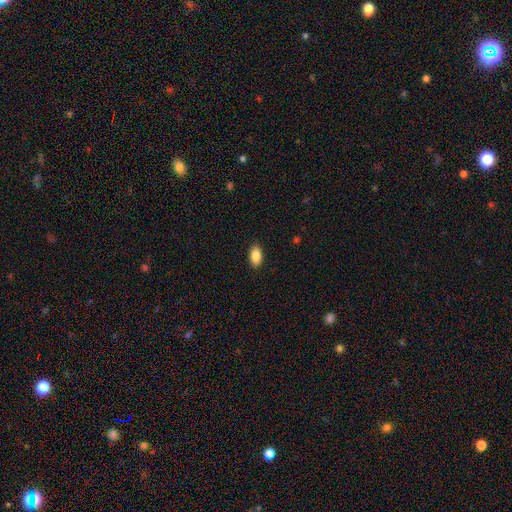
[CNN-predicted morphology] A smooth galaxy with no disk features (87%) that is in between round and cigar-shaped (92%).

Vote fractions:
- Smooth or featured? smooth: 87% / star or artifact: 7% / featured or disk: 5%
- How rounded? in between: 92% / round: 5% / cigar-shaped: 3%
- Merging? none: 89% / minor disturbance: 8% / major disturbance: 2% / merger: 1%